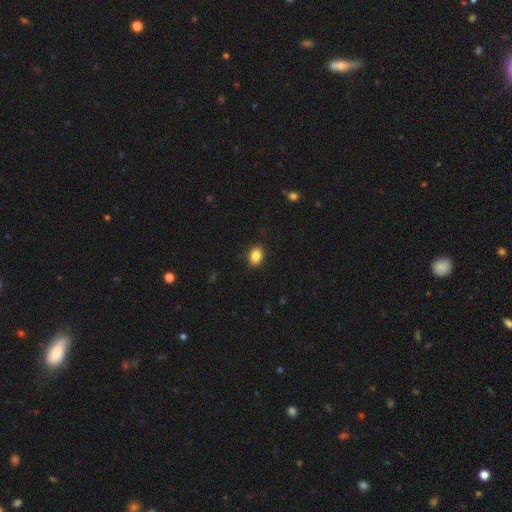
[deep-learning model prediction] smooth-or-featured: smooth: 86% | star or artifact: 9% | featured or disk: 5%
  how-rounded: in between: 70% | round: 29% | cigar-shaped: 1%
  merging: none: 89% | minor disturbance: 8% | major disturbance: 2% | merger: 1%